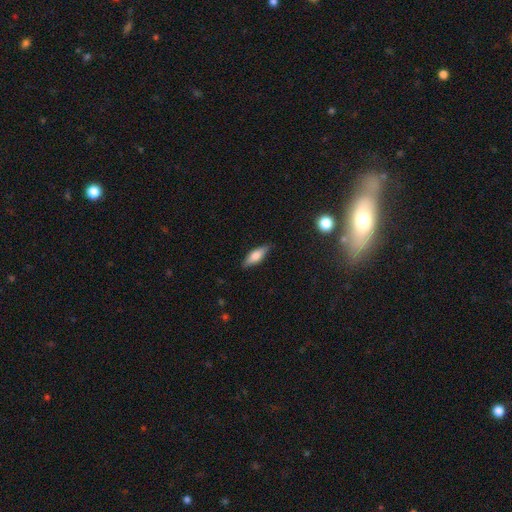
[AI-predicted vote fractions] This is likely a smooth galaxy (61%). How rounded: possibly in between (57%). Merging: clearly none (83%).